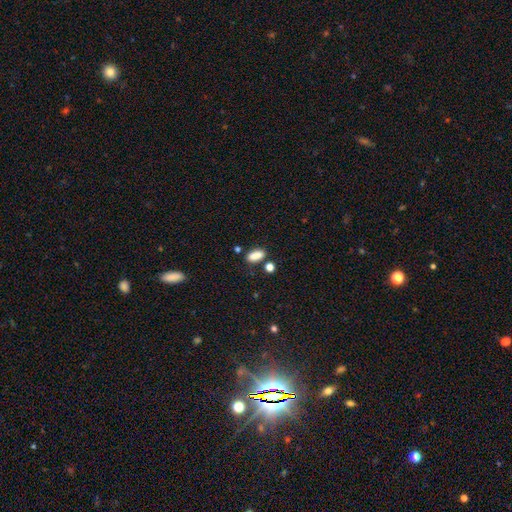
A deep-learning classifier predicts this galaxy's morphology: Smooth or featured?
  - smooth: 87% *
  - star or artifact: 9%
  - featured or disk: 4%
How rounded?
  - in between: 82% *
  - cigar-shaped: 13%
  - round: 5%
Merging?
  - none: 73% *
  - minor disturbance: 14%
  - merger: 9%
  - major disturbance: 4%